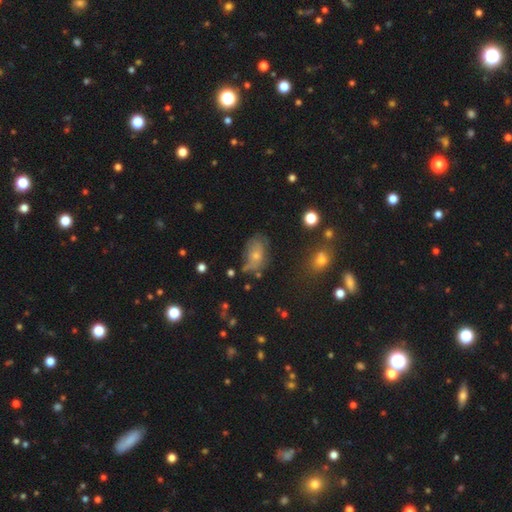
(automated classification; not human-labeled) A smooth galaxy with no disk features (58%) that is in between round and cigar-shaped (85%).

Vote fractions:
- Smooth or featured? smooth: 58% / featured or disk: 28% / star or artifact: 14%
- How rounded? in between: 85% / round: 13% / cigar-shaped: 2%
- Merging? none: 43% / minor disturbance: 31% / major disturbance: 20% / merger: 6%